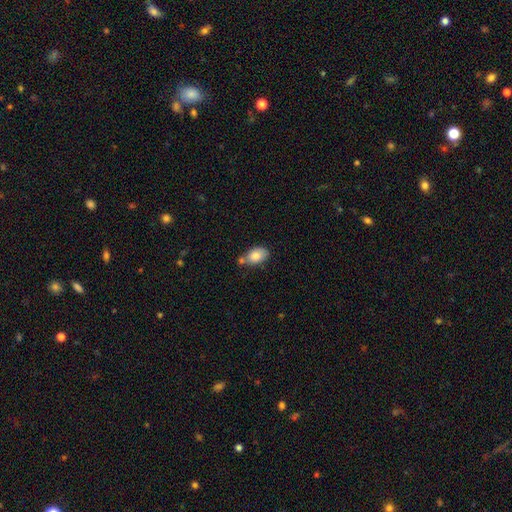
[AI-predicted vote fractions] smooth-or-featured: smooth: 83% | featured or disk: 10% | star or artifact: 7%
  how-rounded: in between: 87% | round: 11% | cigar-shaped: 2%
  merging: none: 53% | merger: 21% | minor disturbance: 21% | major disturbance: 5%